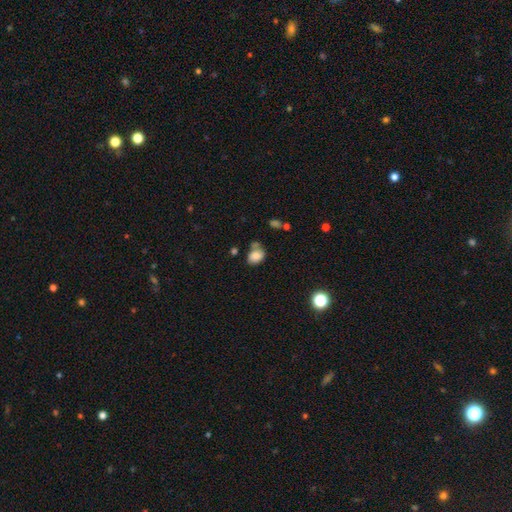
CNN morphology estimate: smooth_or_featured: smooth (p=0.81) [alt: star or artifact p=0.10]
how_rounded: in between (p=0.66) [alt: round p=0.32]
merging: none (p=0.46) [alt: minor disturbance p=0.26]